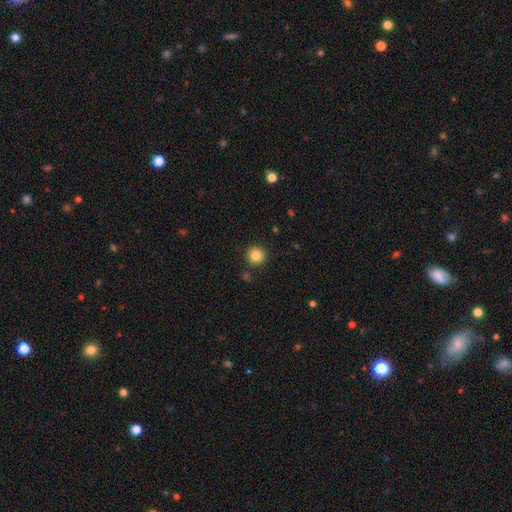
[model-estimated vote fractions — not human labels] Smooth or featured? smooth (84%)
How rounded? round (95%)
Merging? none (90%)